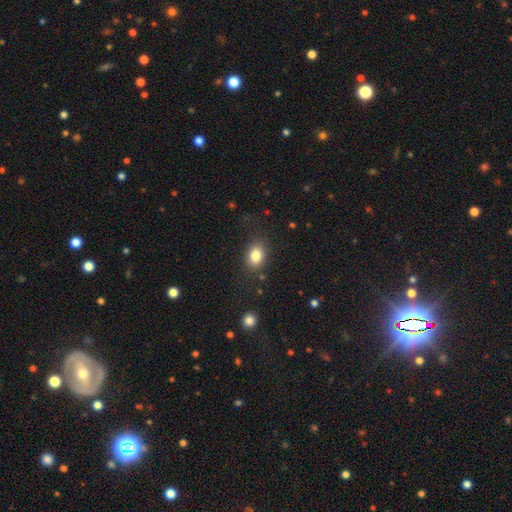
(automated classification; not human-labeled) Smooth or featured: smooth — 83% (star or artifact — 10%)
How rounded: in between — 71% (round — 28%)
Merging: none — 81% (minor disturbance — 12%)